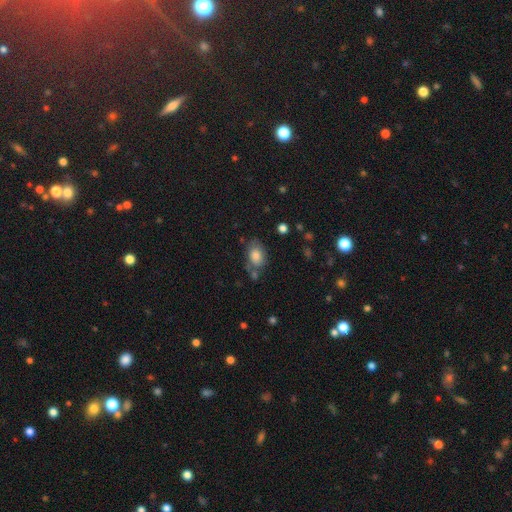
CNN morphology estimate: Smooth or featured? smooth (80%)
How rounded? in between (81%)
Merging? none (60%)